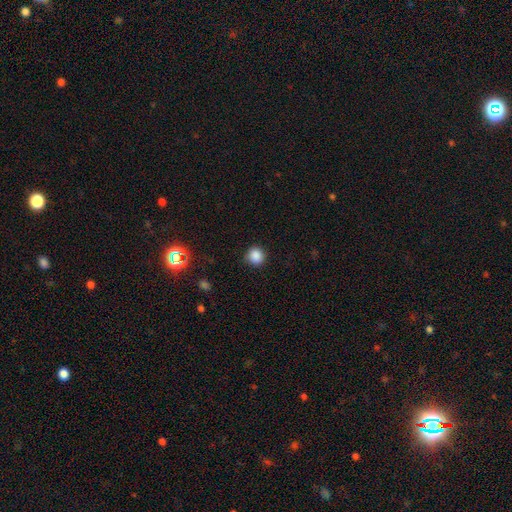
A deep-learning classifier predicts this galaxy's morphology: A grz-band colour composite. It shows a smooth galaxy with no disk features (86%) that is round (90%). Merging: none (88%).